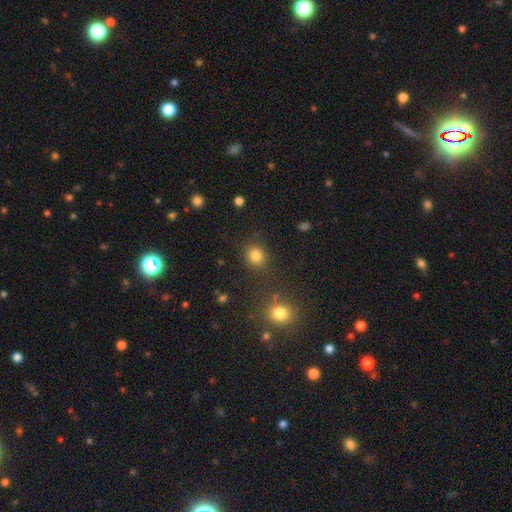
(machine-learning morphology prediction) smooth_or_featured: smooth (p=0.81) [alt: star or artifact p=0.13]
how_rounded: round (p=0.80) [alt: in between p=0.19]
merging: none (p=0.80) [alt: minor disturbance p=0.10]